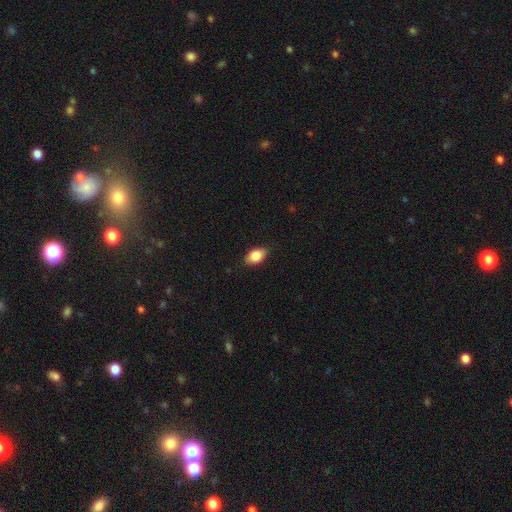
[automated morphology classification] Overall: smooth (83%). How rounded: in between (88%). Merging: none (81%).